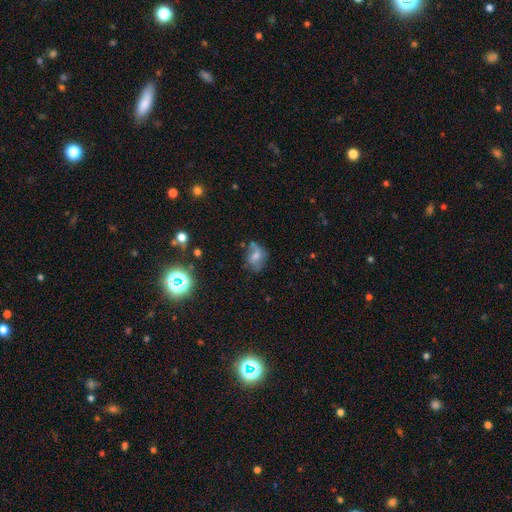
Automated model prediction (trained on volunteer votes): A smooth galaxy with no disk features (47%). Merging: none (49%).